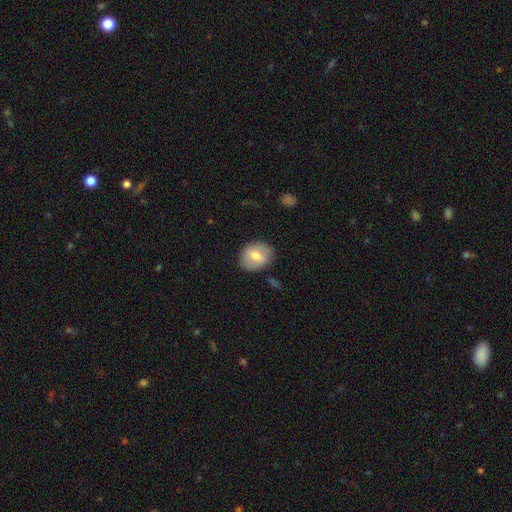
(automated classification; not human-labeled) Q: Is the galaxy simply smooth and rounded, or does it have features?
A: smooth — 62%.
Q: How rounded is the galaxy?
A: round — 53%.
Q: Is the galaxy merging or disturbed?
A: none — 84%.